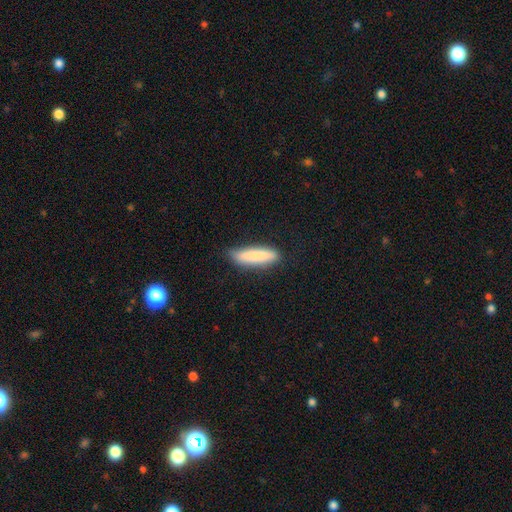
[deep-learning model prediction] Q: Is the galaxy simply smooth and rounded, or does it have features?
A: smooth — 84%.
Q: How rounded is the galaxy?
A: cigar-shaped — 73%.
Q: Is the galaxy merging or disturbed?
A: none — 80%.